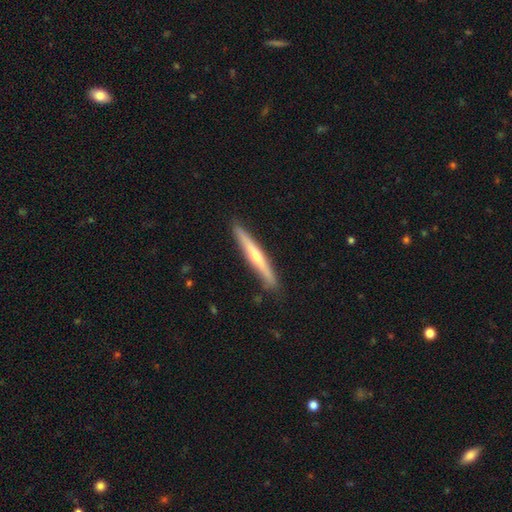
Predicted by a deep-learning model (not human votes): Q: Smooth or featured?
A: featured or disk (61%); runner-up: smooth (34%)
Q: Edge-on disk?
A: yes (96%); runner-up: no (4%)
Q: Edge-on bulge?
A: rounded (75%); runner-up: none (21%)
Q: Merging?
A: none (89%); runner-up: minor disturbance (8%)